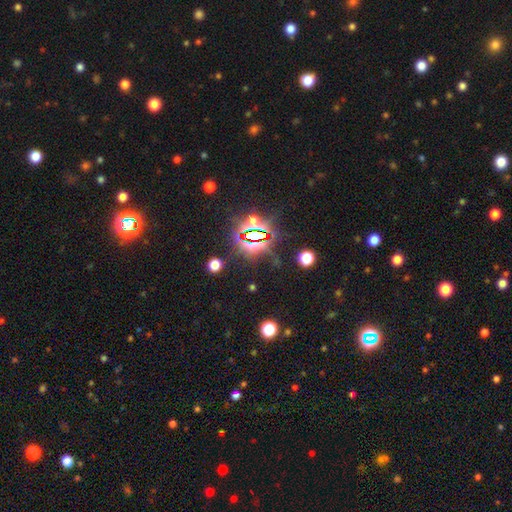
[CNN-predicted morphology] This is clearly a star or artifact rather than a galaxy (81%).